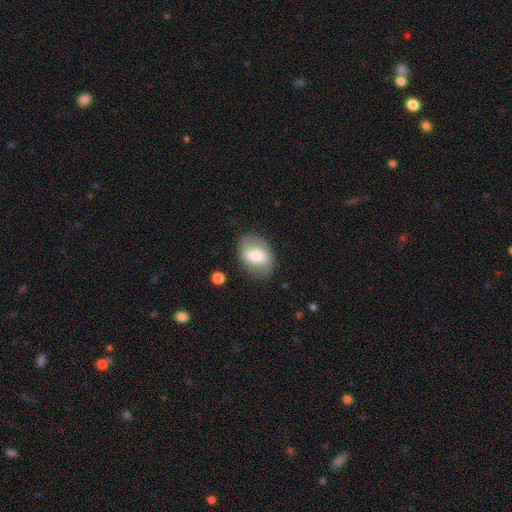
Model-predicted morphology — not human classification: Smooth or featured: smooth — 63% (featured or disk — 30%)
How rounded: in between — 74% (round — 24%)
Merging: none — 78% (minor disturbance — 15%)